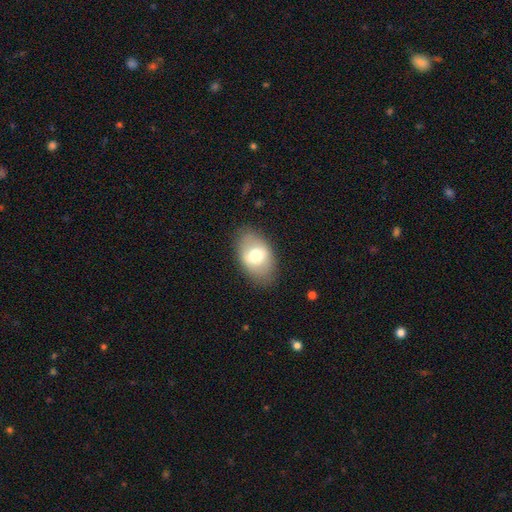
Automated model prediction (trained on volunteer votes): smooth-or-featured: smooth: 62% | featured or disk: 31% | star or artifact: 7%
  how-rounded: in between: 89% | round: 9% | cigar-shaped: 1%
  merging: none: 81% | minor disturbance: 13% | major disturbance: 4% | merger: 1%